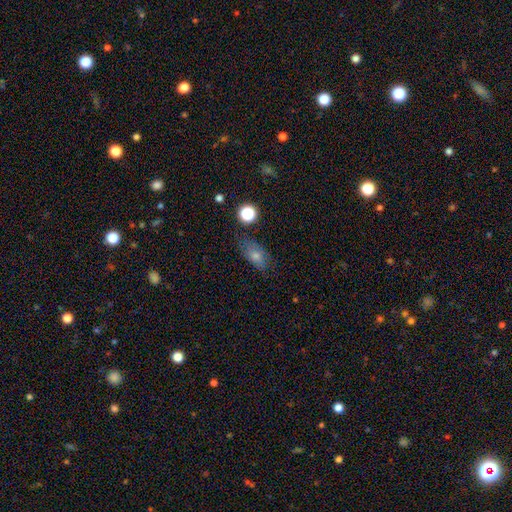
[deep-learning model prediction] Q: Smooth or featured?
A: smooth (61%); runner-up: featured or disk (21%)
Q: How rounded?
A: in between (79%); runner-up: round (15%)
Q: Merging?
A: none (74%); runner-up: minor disturbance (19%)